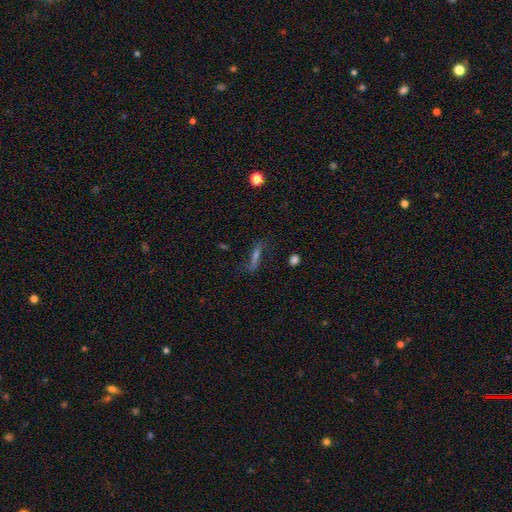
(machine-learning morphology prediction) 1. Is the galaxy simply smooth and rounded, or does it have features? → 48% featured or disk, 33% smooth, 19% star or artifact.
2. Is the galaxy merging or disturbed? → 66% none, 18% minor disturbance, 13% major disturbance, 3% merger.